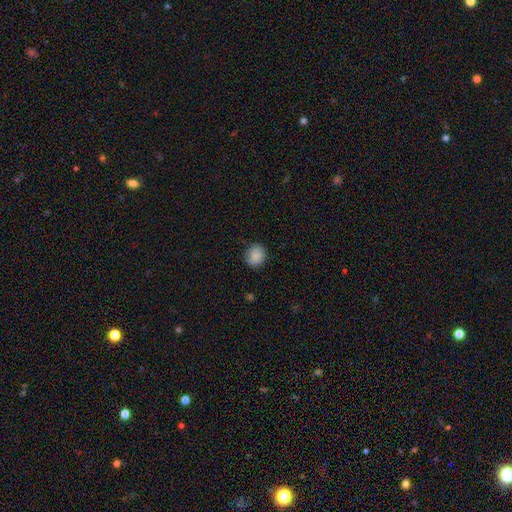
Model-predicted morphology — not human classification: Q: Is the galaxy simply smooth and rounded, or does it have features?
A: smooth — 82%.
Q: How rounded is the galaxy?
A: round — 72%.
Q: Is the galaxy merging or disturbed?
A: none — 73%.